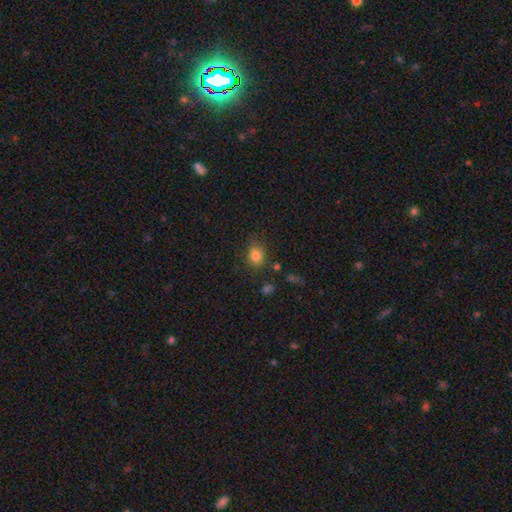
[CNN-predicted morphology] Q: Smooth or featured?
A: smooth (82%); runner-up: star or artifact (12%)
Q: How rounded?
A: in between (56%); runner-up: round (42%)
Q: Merging?
A: none (72%); runner-up: minor disturbance (19%)